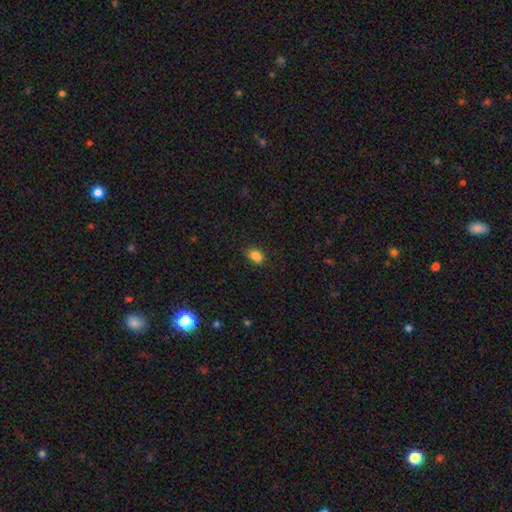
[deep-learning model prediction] smooth 81%, star or artifact 12%, featured or disk 6%. Down the decision tree: how rounded — in between (68%); merging — none (62%).